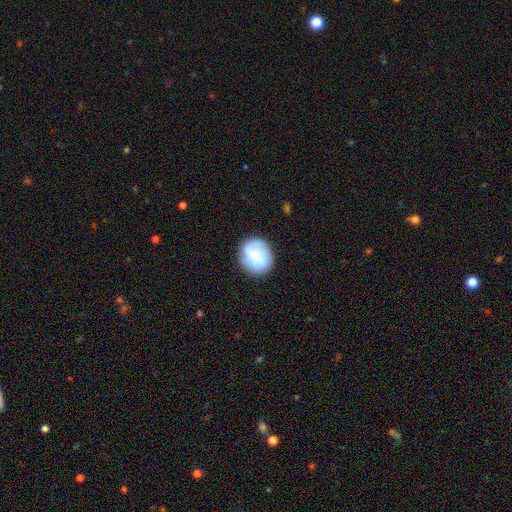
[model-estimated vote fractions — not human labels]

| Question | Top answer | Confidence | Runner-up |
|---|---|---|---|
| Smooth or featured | smooth | 60% | featured or disk (32%) |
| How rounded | round | 85% | in between (14%) |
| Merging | none | 82% | minor disturbance (13%) |